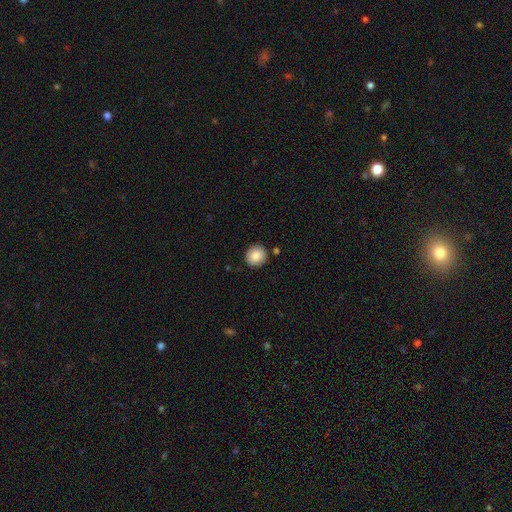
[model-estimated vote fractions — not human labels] Smooth or featured? Predicted: smooth (p=0.87). How rounded? Predicted: round (p=0.92). Merging? Predicted: none (p=0.90).